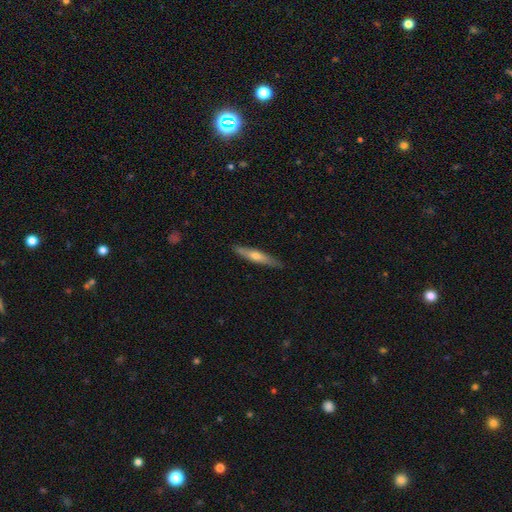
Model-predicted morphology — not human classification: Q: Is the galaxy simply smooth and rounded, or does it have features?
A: featured or disk — 50%.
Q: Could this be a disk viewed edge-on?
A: yes — 92%.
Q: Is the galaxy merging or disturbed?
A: none — 88%.